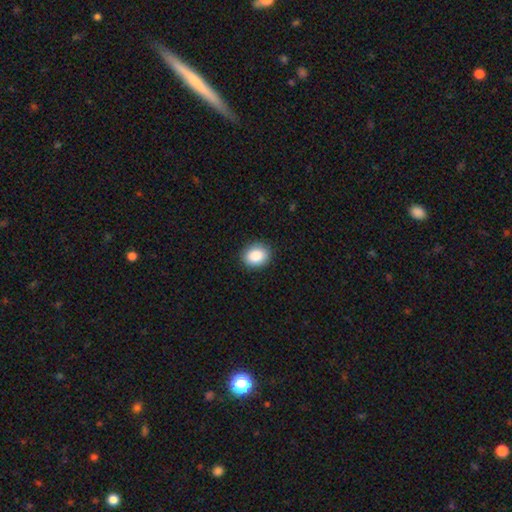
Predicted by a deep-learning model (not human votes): This is clearly a smooth galaxy (88%). How rounded: possibly round (51%). Merging: clearly none (89%).